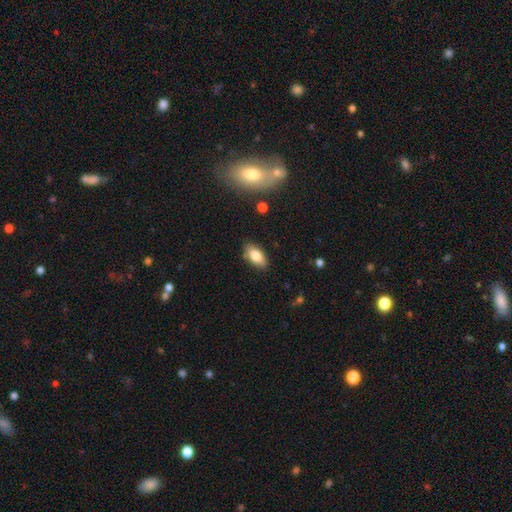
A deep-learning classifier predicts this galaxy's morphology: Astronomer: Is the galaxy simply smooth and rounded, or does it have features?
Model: smooth — 81%.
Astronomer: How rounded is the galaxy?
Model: in between — 91%.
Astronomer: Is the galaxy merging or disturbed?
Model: none — 83%.